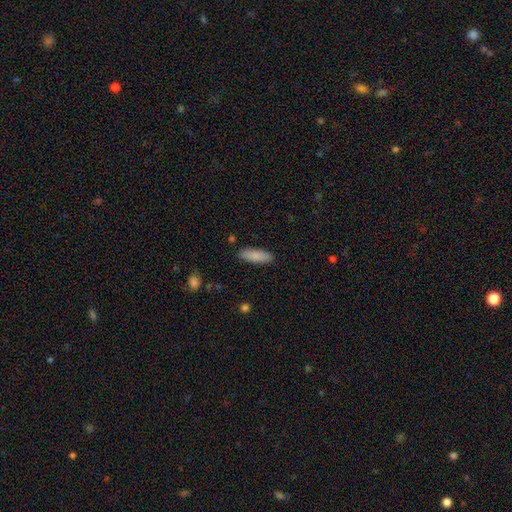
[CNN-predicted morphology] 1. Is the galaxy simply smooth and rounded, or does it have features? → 86% smooth, 8% featured or disk, 6% star or artifact.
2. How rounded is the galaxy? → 58% in between, 40% cigar-shaped, 2% round.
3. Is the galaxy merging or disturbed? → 88% none, 8% minor disturbance, 2% major disturbance, 1% merger.